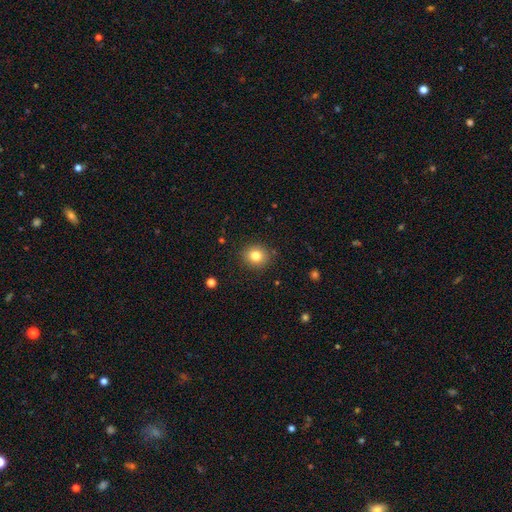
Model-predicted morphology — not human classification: This is clearly a smooth galaxy (81%). How rounded: clearly round (83%). Merging: clearly none (89%).